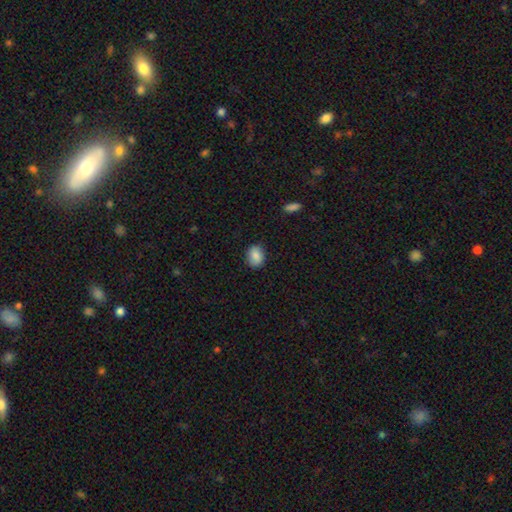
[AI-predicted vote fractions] A smooth galaxy with no disk features (86%) that is in between round and cigar-shaped (59%). Merging: none (85%).